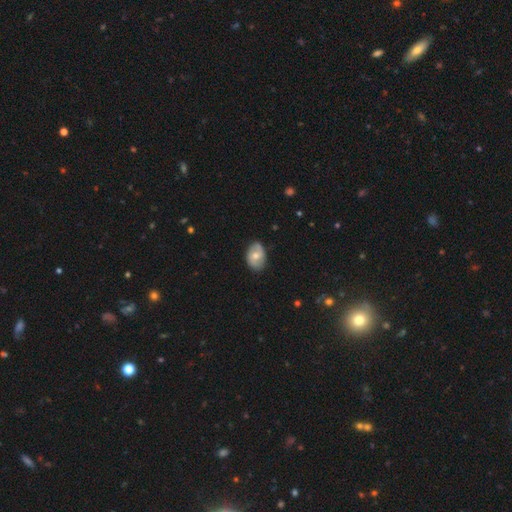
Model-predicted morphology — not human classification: smooth 50%, featured or disk 43%, star or artifact 7%. Down the decision tree: merging — none (75%).